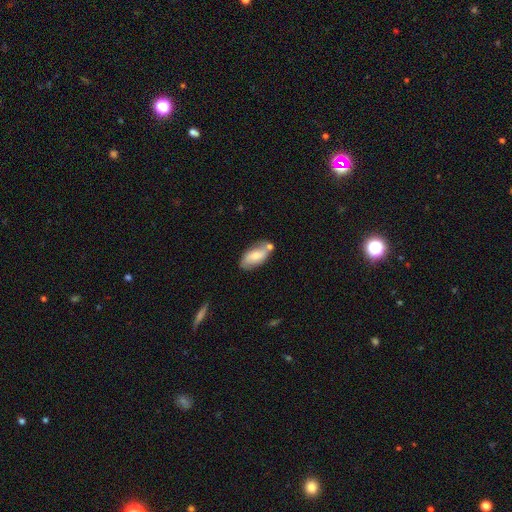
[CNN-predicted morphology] A smooth galaxy with no disk features (60%) that is in between round and cigar-shaped (89%). Merging: none (57%).